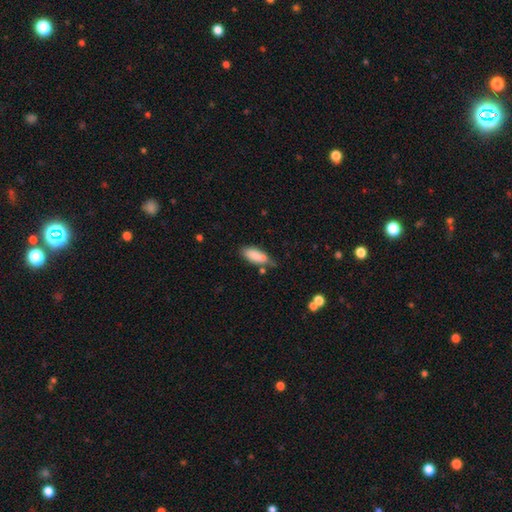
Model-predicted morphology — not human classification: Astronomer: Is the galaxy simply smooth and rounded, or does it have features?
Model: smooth — 85%.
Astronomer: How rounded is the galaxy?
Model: in between — 78%.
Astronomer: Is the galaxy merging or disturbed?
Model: none — 54% (runner-up: minor disturbance, 30%).